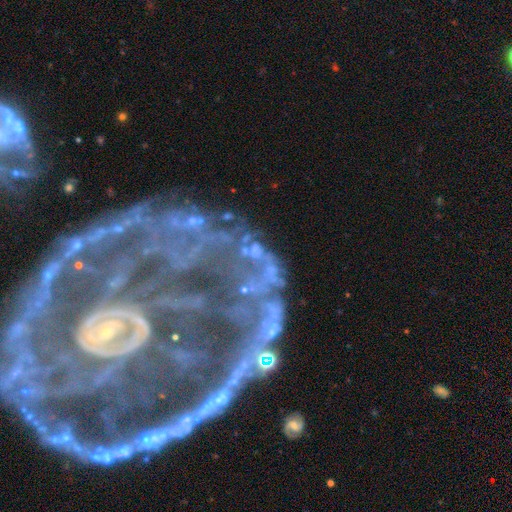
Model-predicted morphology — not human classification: A featured or disk galaxy (64%) with no bar (58%), spiral arms (66%) and a small central bulge (42%).

Vote fractions:
- Smooth or featured? featured or disk: 64% / star or artifact: 25% / smooth: 11%
- Edge-on disk? no: 94% / yes: 6%
- Bar? no: 58% / weak: 22% / strong: 20%
- Spiral arms? yes: 66% / no: 34%
- Bulge size? small: 42% / none: 31% / moderate: 19% / large: 5% / dominant: 3%
- Merging? none: 38% / major disturbance: 28% / merger: 19% / minor disturbance: 16%